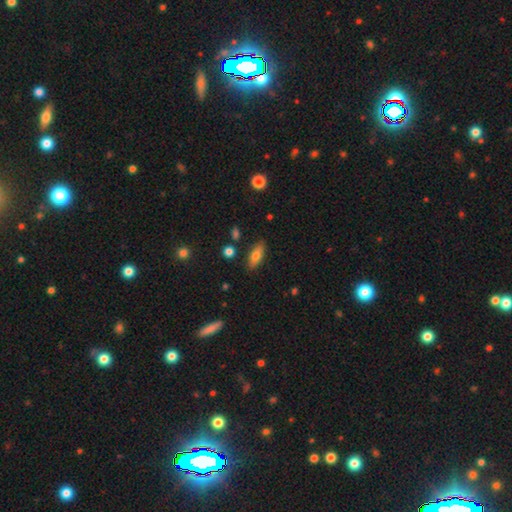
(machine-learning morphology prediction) smooth_or_featured: smooth (p=0.71) [alt: featured or disk p=0.21]
how_rounded: in between (p=0.70) [alt: cigar-shaped p=0.27]
merging: none (p=0.84) [alt: minor disturbance p=0.11]